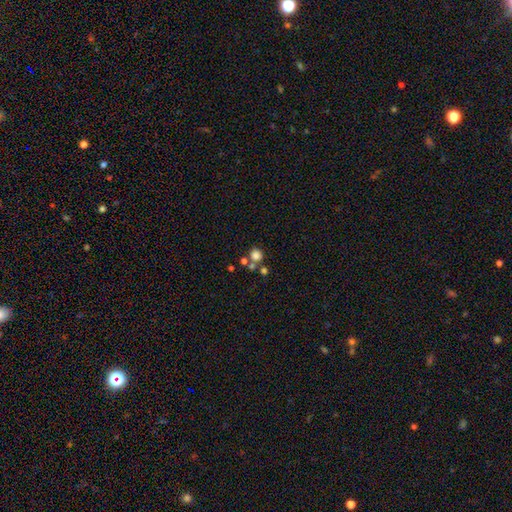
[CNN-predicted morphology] Overall: smooth (78%). How rounded: round (90%). Merging: none (62%; merger 27%).